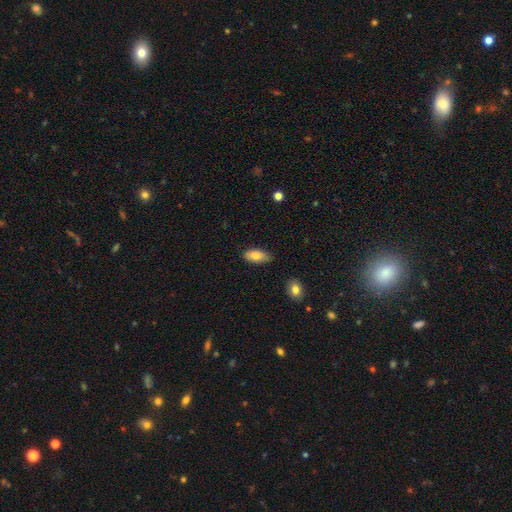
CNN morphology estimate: Smooth or featured? smooth (82%)
How rounded? in between (90%)
Merging? none (79%)